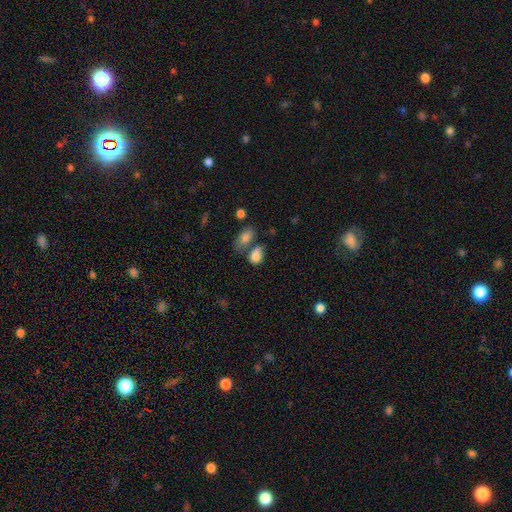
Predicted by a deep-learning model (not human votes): Smooth or featured?
  - smooth: 83% *
  - star or artifact: 9%
  - featured or disk: 8%
How rounded?
  - in between: 75% *
  - round: 23%
  - cigar-shaped: 2%
Merging?
  - none: 41% *
  - merger: 31%
  - minor disturbance: 19%
  - major disturbance: 9%